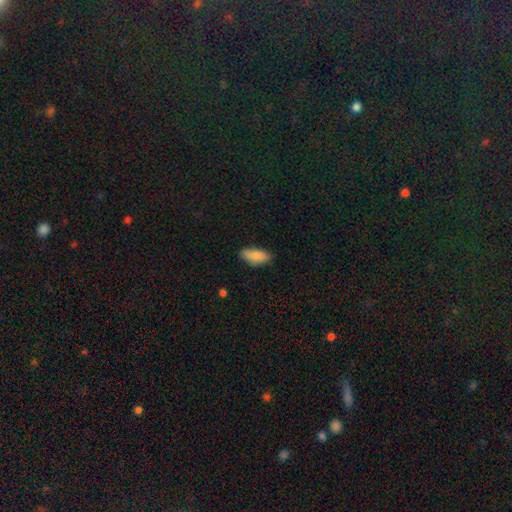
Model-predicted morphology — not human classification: Smooth or featured? smooth (85%)
How rounded? in between (81%)
Merging? none (78%)